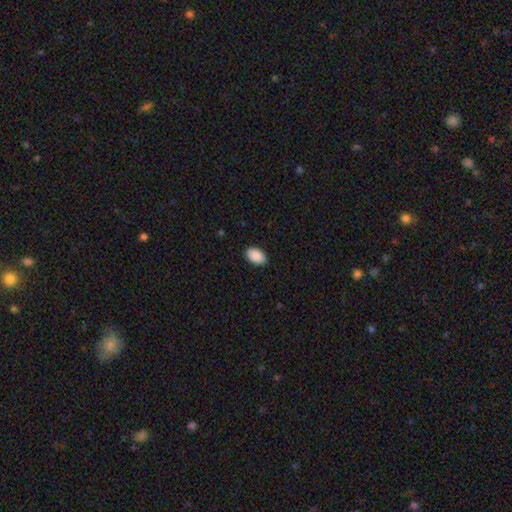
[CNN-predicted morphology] smooth 91%, star or artifact 7%, featured or disk 3%. Down the decision tree: how rounded — in between (93%); merging — none (89%).